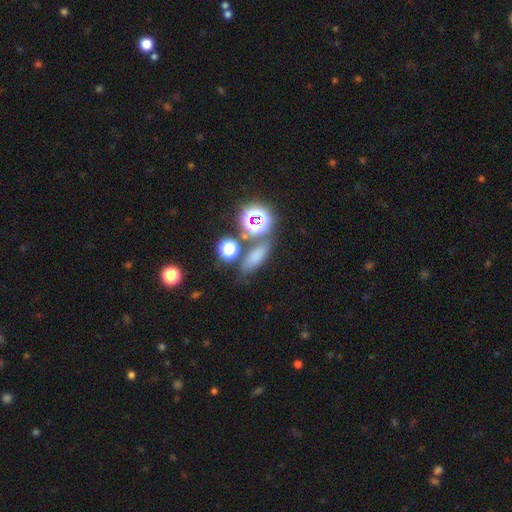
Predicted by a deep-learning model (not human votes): Smooth or featured?
  - smooth: 63% *
  - star or artifact: 26%
  - featured or disk: 11%
How rounded?
  - in between: 53% *
  - round: 23%
  - cigar-shaped: 23%
Merging?
  - none: 69% *
  - merger: 14%
  - minor disturbance: 12%
  - major disturbance: 5%